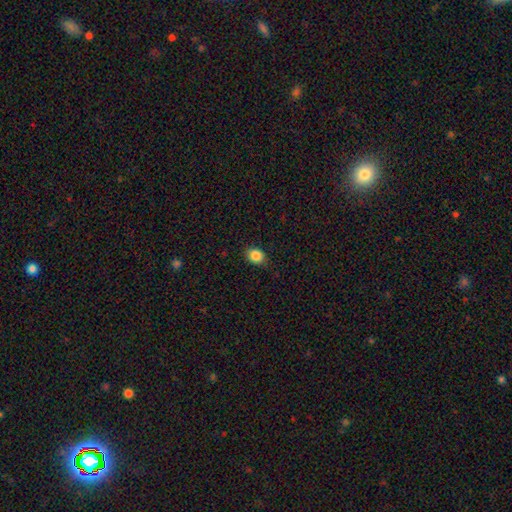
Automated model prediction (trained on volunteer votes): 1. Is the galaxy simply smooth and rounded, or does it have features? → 86% smooth, 9% star or artifact, 4% featured or disk.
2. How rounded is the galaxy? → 52% in between, 47% round, 1% cigar-shaped.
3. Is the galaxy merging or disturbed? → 86% none, 11% minor disturbance, 2% major disturbance, 1% merger.